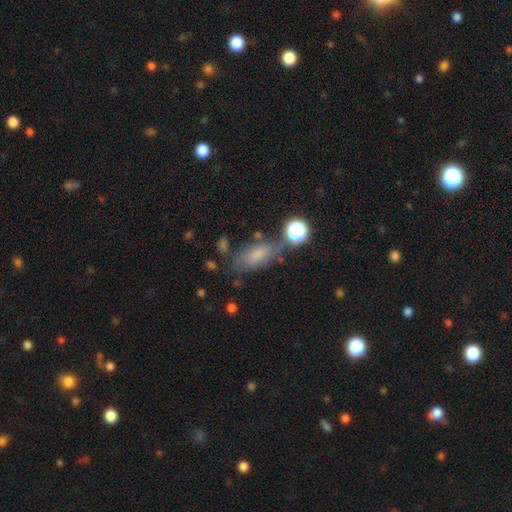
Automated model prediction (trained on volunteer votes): Smooth or featured? smooth (63%)
How rounded? in between (78%)
Merging? none (54%)